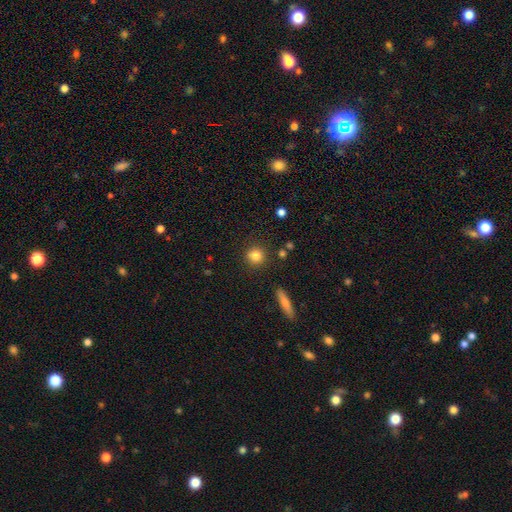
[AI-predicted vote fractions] smooth_or_featured: smooth (p=0.82) [alt: star or artifact p=0.11]
how_rounded: round (p=0.88) [alt: in between p=0.10]
merging: none (p=0.84) [alt: minor disturbance p=0.09]